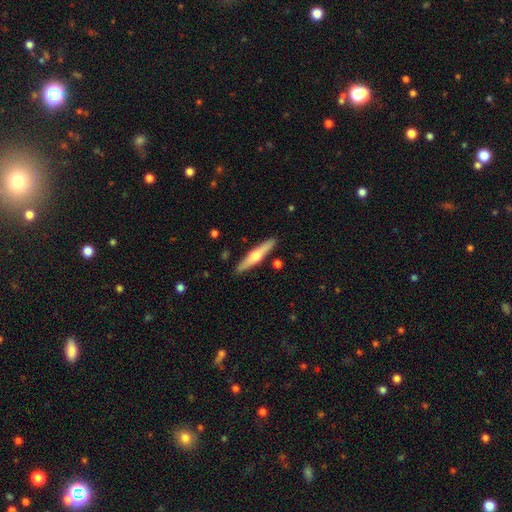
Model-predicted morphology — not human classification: The model was most divided on "smooth or featured": featured or disk: 55%, smooth: 40%, star or artifact: 5%. More confident: edge-on disk — yes (95%); edge-on bulge — rounded (92%); merging — none (89%).